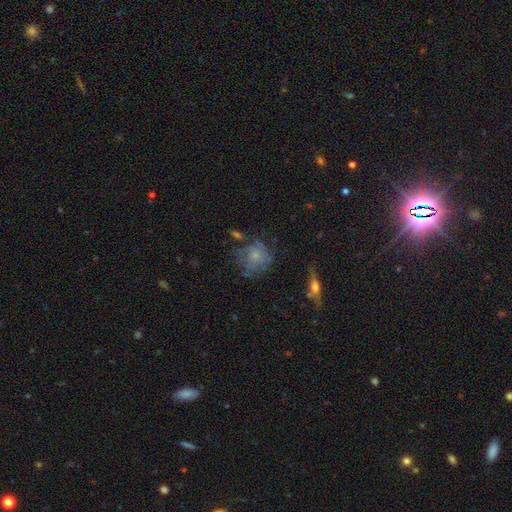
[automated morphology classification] Smooth or featured: smooth — 50% (featured or disk — 39%)
Merging: none — 52% (minor disturbance — 25%)